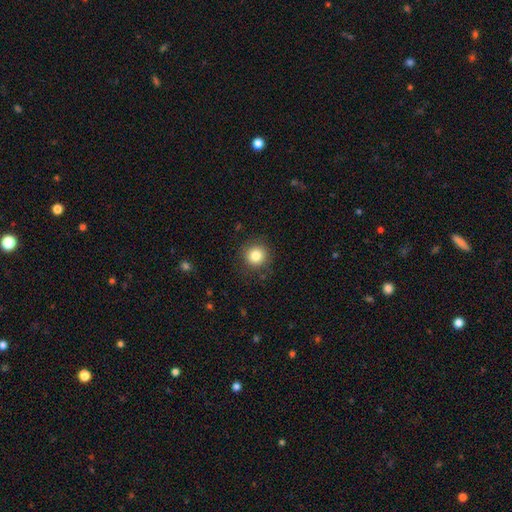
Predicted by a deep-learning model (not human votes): A smooth galaxy with no disk features (83%) that is round (93%).

Vote fractions:
- Smooth or featured? smooth: 83% / star or artifact: 11% / featured or disk: 6%
- How rounded? round: 93% / in between: 6% / cigar-shaped: 1%
- Merging? none: 88% / minor disturbance: 8% / major disturbance: 3% / merger: 1%